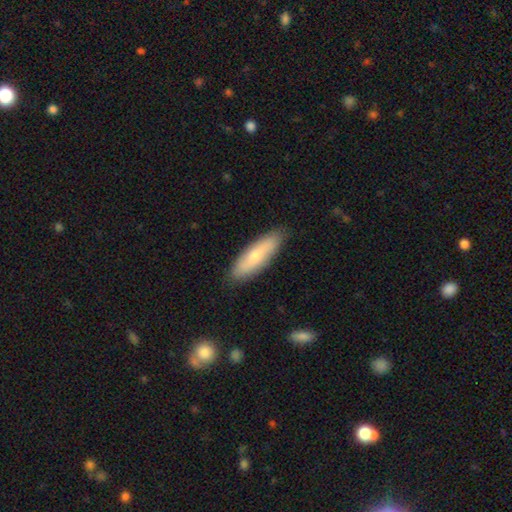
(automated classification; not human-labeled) smooth 66%, featured or disk 28%, star or artifact 5%. Down the decision tree: how rounded — cigar-shaped (52%); merging — none (85%).